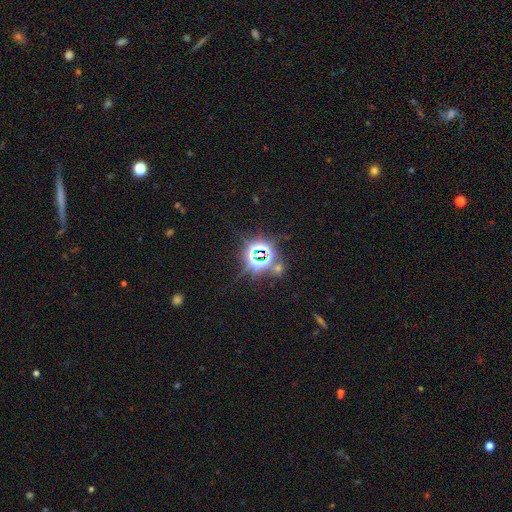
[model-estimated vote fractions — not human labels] smooth-or-featured: star or artifact: 80% | smooth: 12% | featured or disk: 8%